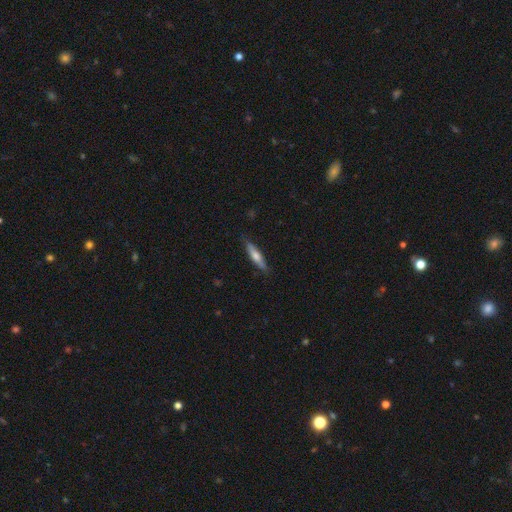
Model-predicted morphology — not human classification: Overall: smooth (55%; featured or disk 40%). How rounded: cigar-shaped (82%). Merging: none (85%).